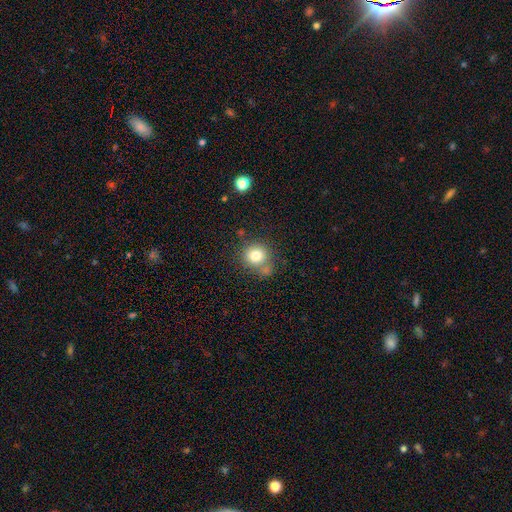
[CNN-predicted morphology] Overall: smooth (79%). How rounded: round (87%). Merging: none (65%).